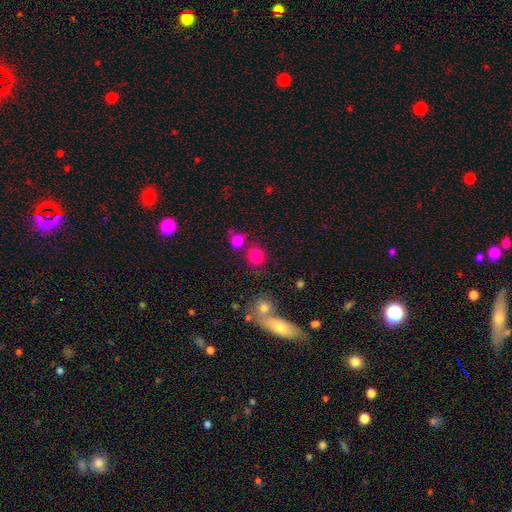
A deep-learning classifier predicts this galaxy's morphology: Overall: smooth (81%). How rounded: round (82%). Merging: none (71%).